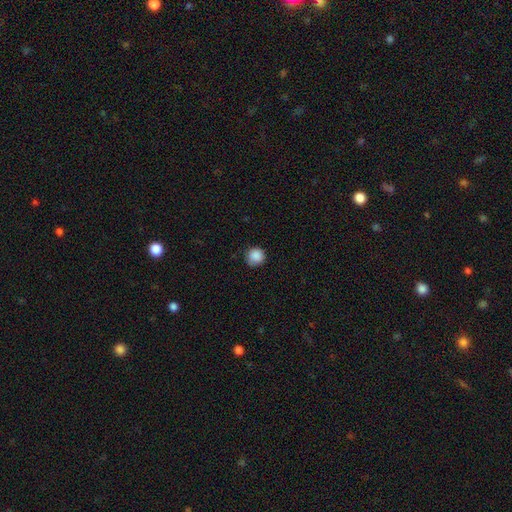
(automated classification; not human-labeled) Smooth or featured: smooth — 87% (star or artifact — 9%)
How rounded: round — 94% (in between — 5%)
Merging: none — 81% (minor disturbance — 15%)